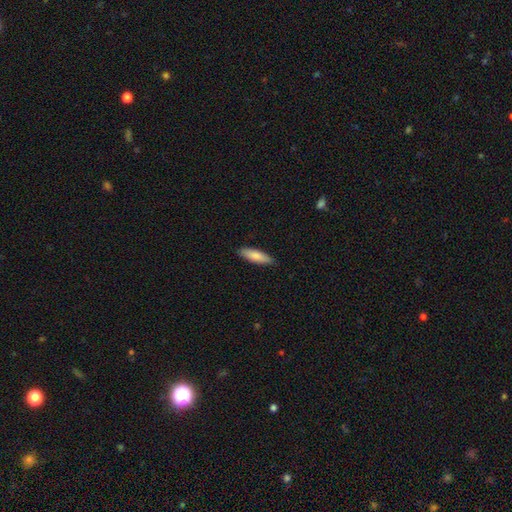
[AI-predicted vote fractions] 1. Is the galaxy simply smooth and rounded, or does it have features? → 83% smooth, 11% featured or disk, 5% star or artifact.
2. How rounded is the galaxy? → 55% cigar-shaped, 44% in between, 2% round.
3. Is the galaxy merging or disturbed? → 88% none, 9% minor disturbance, 2% major disturbance, 1% merger.